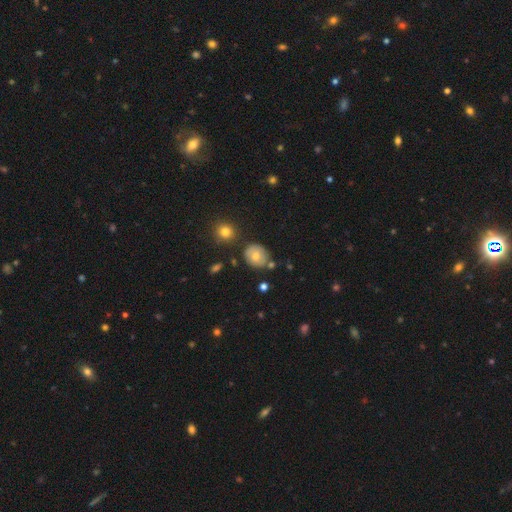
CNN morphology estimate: type=smooth (71%); roundness=round (77%); merging=none (73%).